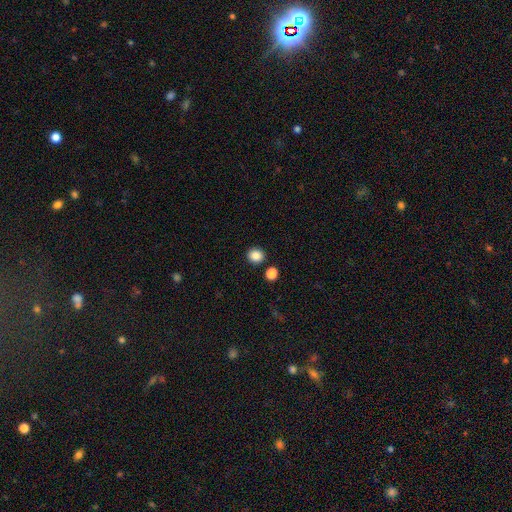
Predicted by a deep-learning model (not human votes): This is clearly a smooth galaxy (86%). How rounded: clearly round (81%). Merging: clearly none (86%).